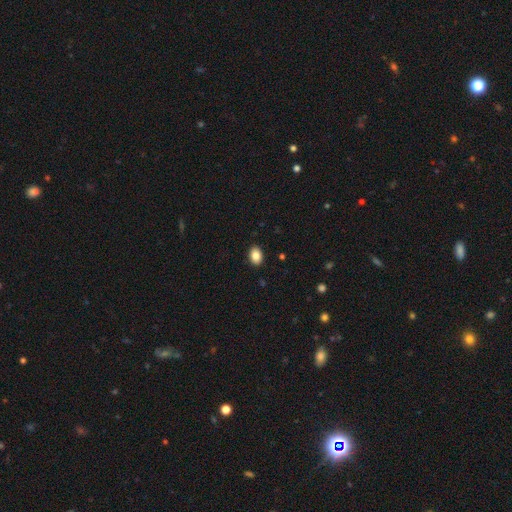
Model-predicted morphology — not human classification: smooth-or-featured: smooth: 86% | star or artifact: 8% | featured or disk: 6%
  how-rounded: in between: 81% | round: 18% | cigar-shaped: 1%
  merging: none: 90% | minor disturbance: 7% | major disturbance: 2% | merger: 1%